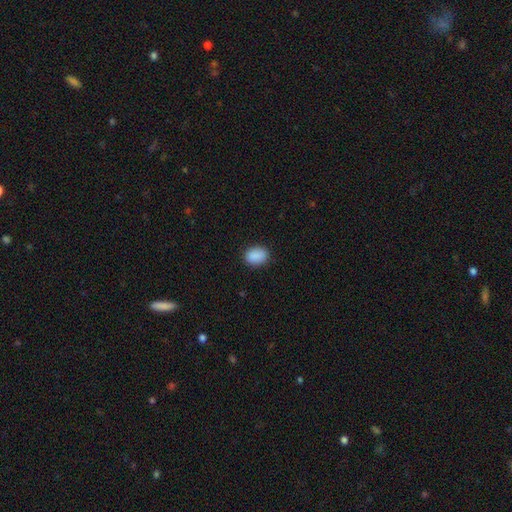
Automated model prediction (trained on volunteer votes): Smooth or featured? smooth (90%)
How rounded? in between (76%)
Merging? none (87%)